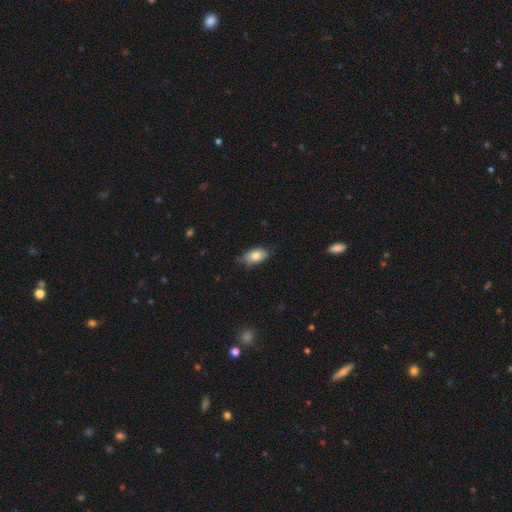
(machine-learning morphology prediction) The model was most divided on "merging": none: 65%, minor disturbance: 29%, major disturbance: 4%, merger: 2%. More confident: how rounded — in between (90%); smooth or featured — smooth (76%).